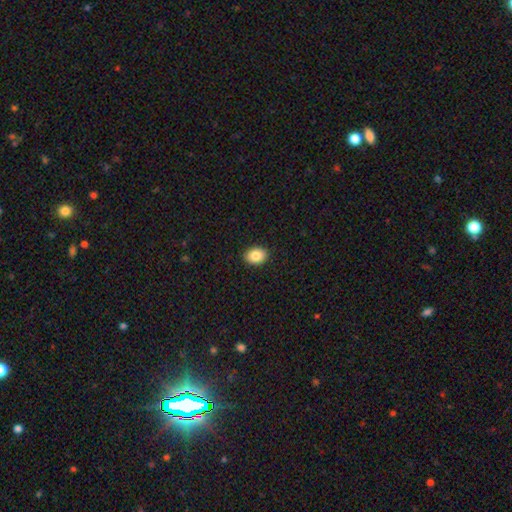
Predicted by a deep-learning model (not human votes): This appears to be a smooth galaxy with no disk features (86%) that is in between round and cigar-shaped (70%). Merging: none (91%).